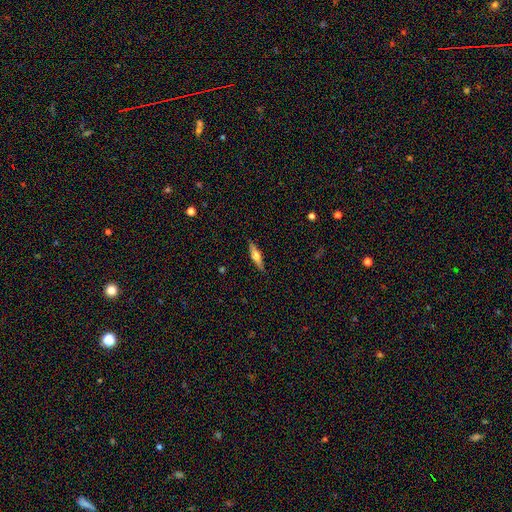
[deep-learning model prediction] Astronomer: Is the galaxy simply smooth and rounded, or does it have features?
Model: featured or disk — 50% (runner-up: smooth, 44%).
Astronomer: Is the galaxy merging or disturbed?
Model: none — 89%.